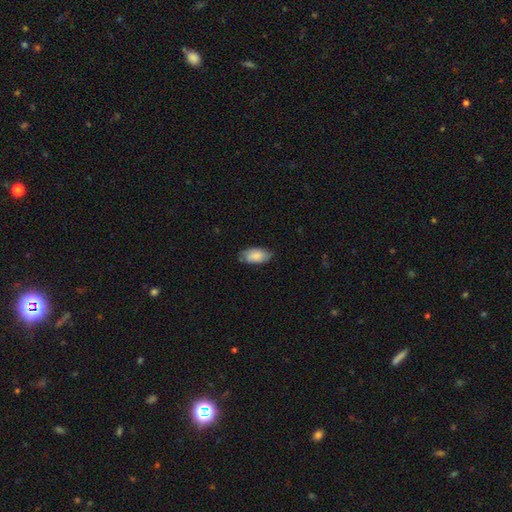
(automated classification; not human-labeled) Smooth or featured? smooth (83%)
How rounded? in between (94%)
Merging? none (70%)